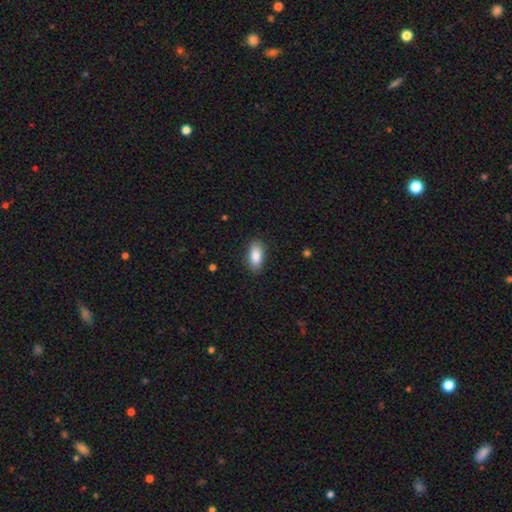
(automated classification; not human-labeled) Smooth or featured: smooth — 86% (featured or disk — 7%)
How rounded: in between — 87% (cigar-shaped — 10%)
Merging: none — 85% (minor disturbance — 11%)